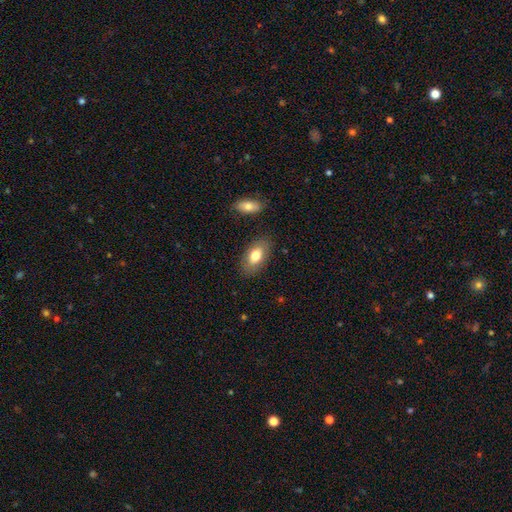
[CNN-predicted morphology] This is likely a smooth galaxy (75%). How rounded: clearly in between (90%). Merging: clearly none (83%).